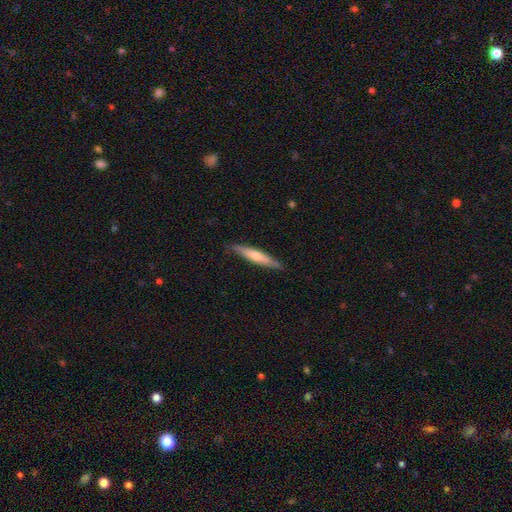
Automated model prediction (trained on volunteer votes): The model was most divided on "smooth or featured": smooth: 48%, featured or disk: 47%, star or artifact: 6%. More confident: merging — none (86%).